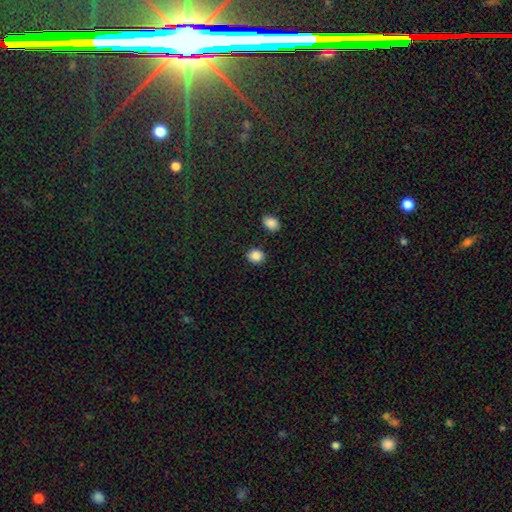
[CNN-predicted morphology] Smooth or featured? smooth (88%)
How rounded? round (72%)
Merging? none (87%)